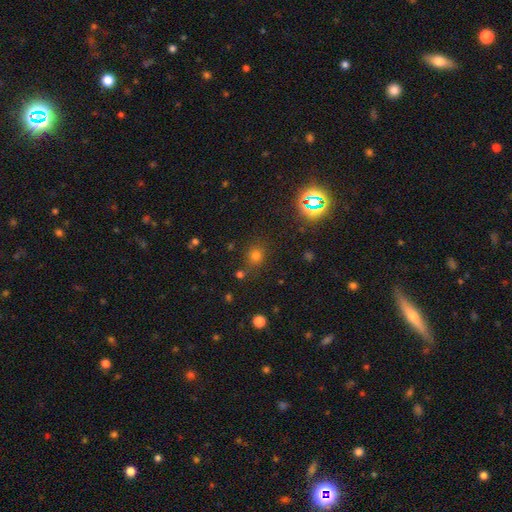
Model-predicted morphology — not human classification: type=smooth (67%); roundness=round (85%); merging=none (76%).